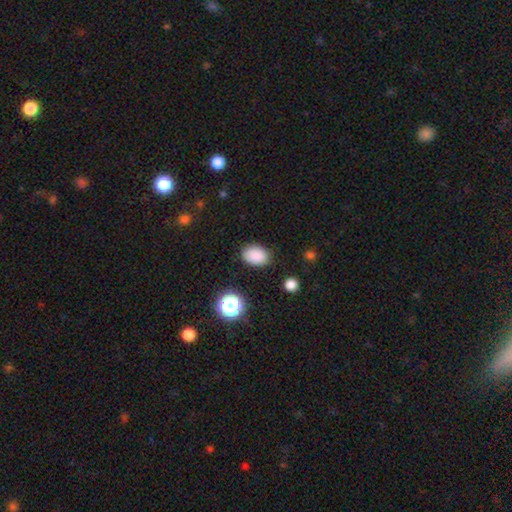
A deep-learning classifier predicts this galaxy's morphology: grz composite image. It shows a smooth galaxy with no disk features (87%) that is in between round and cigar-shaped (80%). Merging: none (85%).